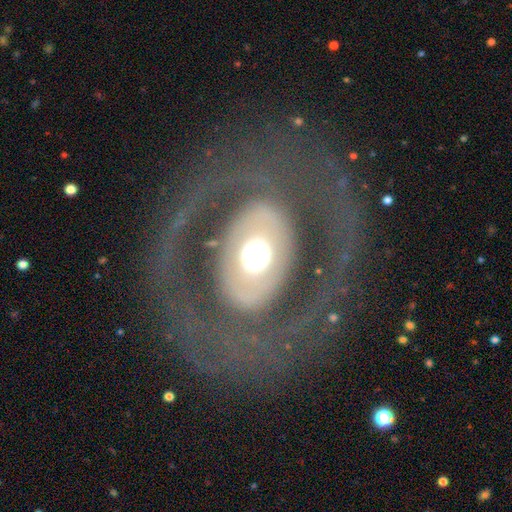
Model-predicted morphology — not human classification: type=featured or disk (62%); edge-on=no (94%); bar=no (79%); spiral arms=no (61%); bulge=moderate (44%); merging=none (54%).